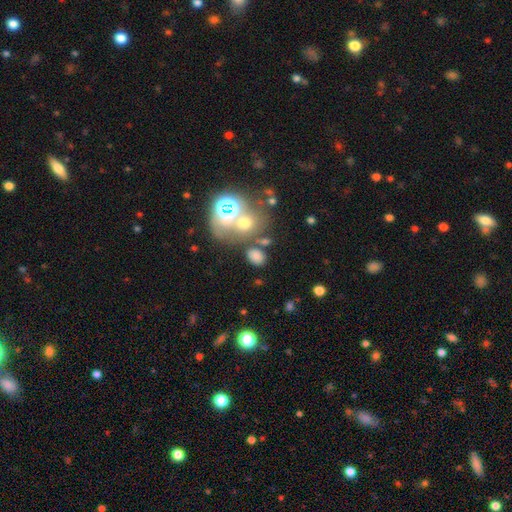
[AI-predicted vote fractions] Smooth or featured: smooth — 72% (star or artifact — 20%)
How rounded: in between — 58% (round — 41%)
Merging: none — 66% (merger — 15%)